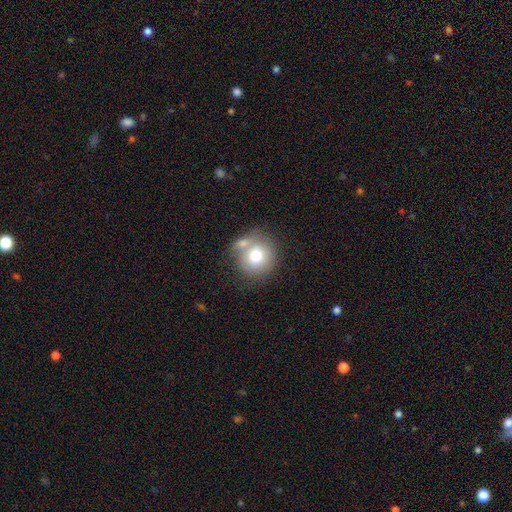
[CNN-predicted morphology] smooth 73%, featured or disk 18%, star or artifact 9%. Down the decision tree: how rounded — round (88%); merging — none (53%).